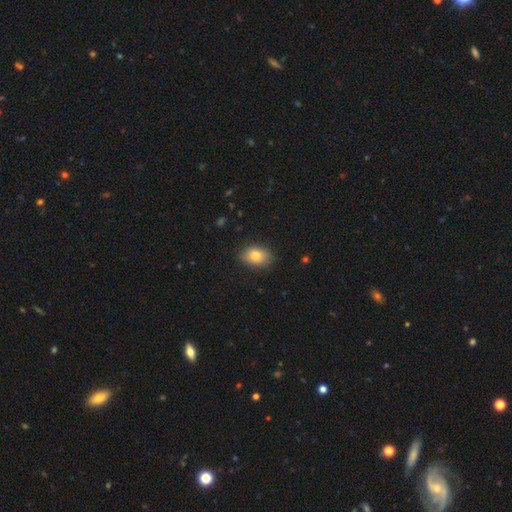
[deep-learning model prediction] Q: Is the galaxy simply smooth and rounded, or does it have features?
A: smooth — 79%.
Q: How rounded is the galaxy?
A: in between — 79%.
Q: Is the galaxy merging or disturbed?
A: none — 85%.